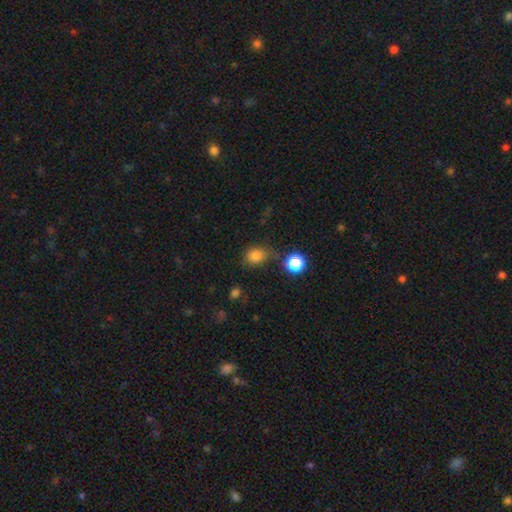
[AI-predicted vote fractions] Smooth or featured: smooth — 79% (star or artifact — 15%)
How rounded: round — 58% (in between — 41%)
Merging: none — 59% (minor disturbance — 24%)